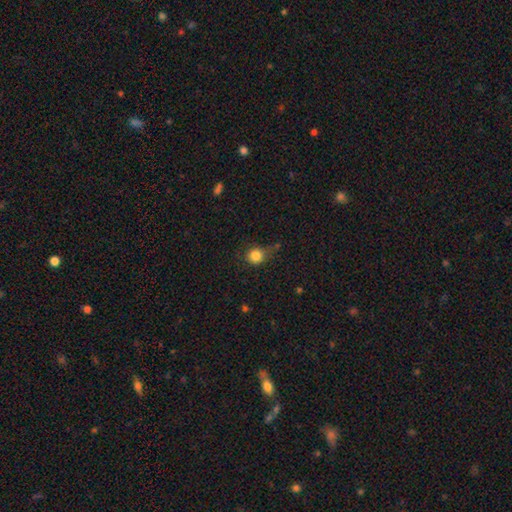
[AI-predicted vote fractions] smooth 82%, star or artifact 12%, featured or disk 6%. Down the decision tree: how rounded — round (86%); merging — none (60%).